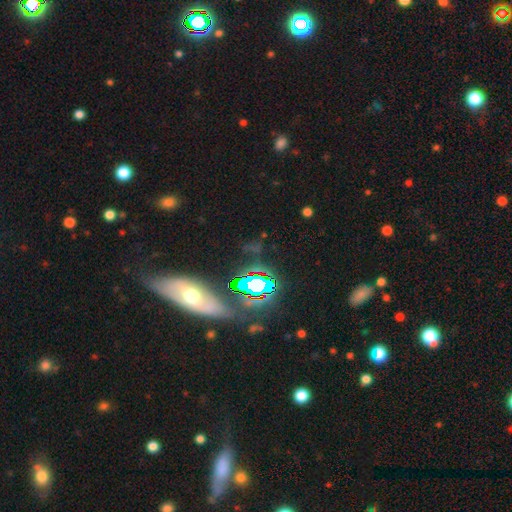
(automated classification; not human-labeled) Smooth or featured?
  - featured or disk: 43% *
  - smooth: 30%
  - star or artifact: 28%
Merging?
  - none: 66% *
  - minor disturbance: 16%
  - merger: 10%
  - major disturbance: 8%